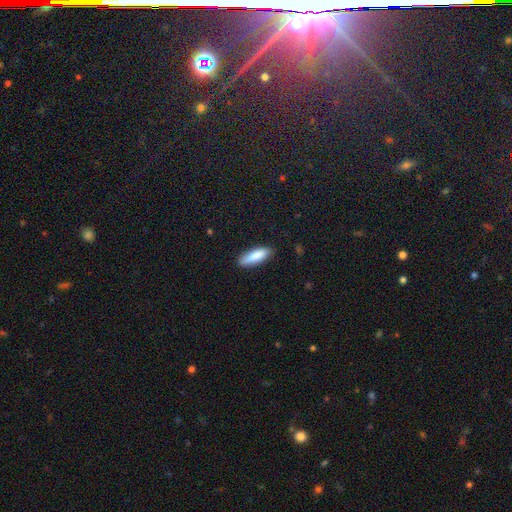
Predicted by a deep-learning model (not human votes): smooth 86%, featured or disk 8%, star or artifact 6%. Down the decision tree: how rounded — cigar-shaped (52%); merging — none (85%).